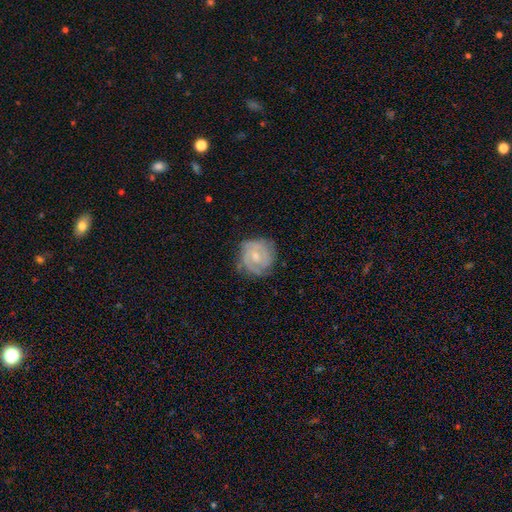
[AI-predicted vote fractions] A featured or disk galaxy (77%) with no bar (46%, tied with weak), 2 (59%) tight (65%) spiral arms (93%) and a small central bulge (49%).

Vote fractions:
- Smooth or featured? featured or disk: 77% / smooth: 17% / star or artifact: 6%
- Edge-on disk? no: 98% / yes: 2%
- Bar? no: 46% (tied) / weak: 46% (tied) / strong: 8%
- Spiral arms? yes: 93% / no: 7%
- Spiral winding? tight: 65% / medium: 29% / loose: 6%
- Spiral arm count? 2: 59% / can't tell: 19% / 3: 13% / 1: 4% / 4: 3% / more than 4: 2%
- Bulge size? small: 49% / moderate: 43% / none: 5% / large: 2% / dominant: 1%
- Merging? none: 74% / minor disturbance: 19% / major disturbance: 6% / merger: 1%